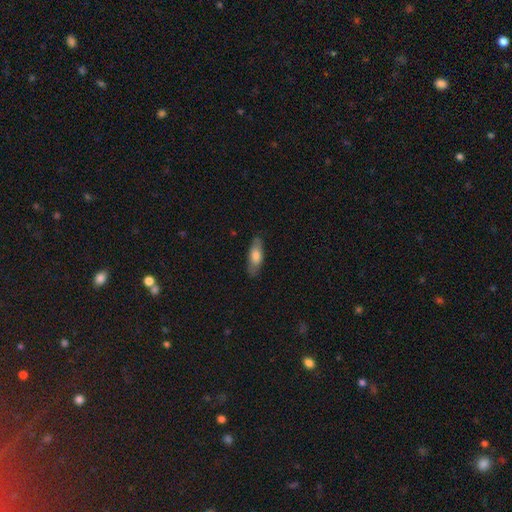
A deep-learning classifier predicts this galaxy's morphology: type=smooth (71%); roundness=in between (66%); merging=none (81%).